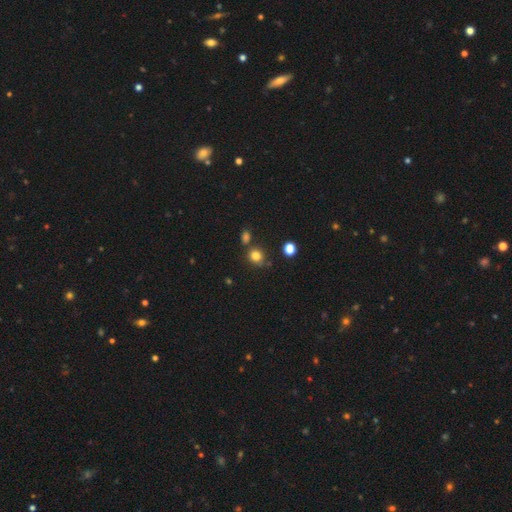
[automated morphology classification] Overall: smooth (81%). How rounded: round (79%). Merging: none (71%).